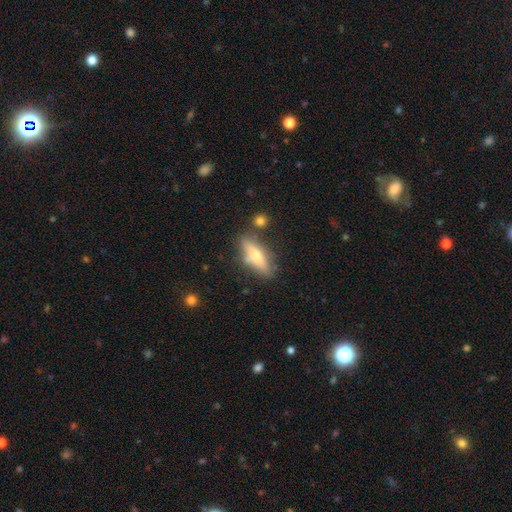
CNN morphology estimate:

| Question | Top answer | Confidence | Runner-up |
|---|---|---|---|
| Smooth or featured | smooth | 49% | featured or disk (43%) |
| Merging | none | 74% | minor disturbance (15%) |